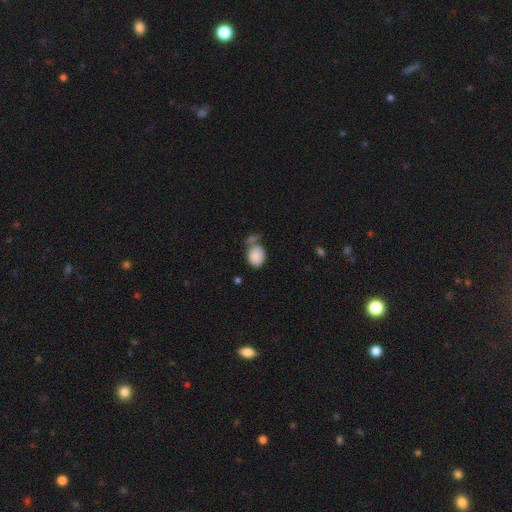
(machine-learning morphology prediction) The model was most divided on "merging": none: 44%, merger: 29%, minor disturbance: 18%, major disturbance: 9%. More confident: smooth or featured — smooth (86%); how rounded — in between (59%).